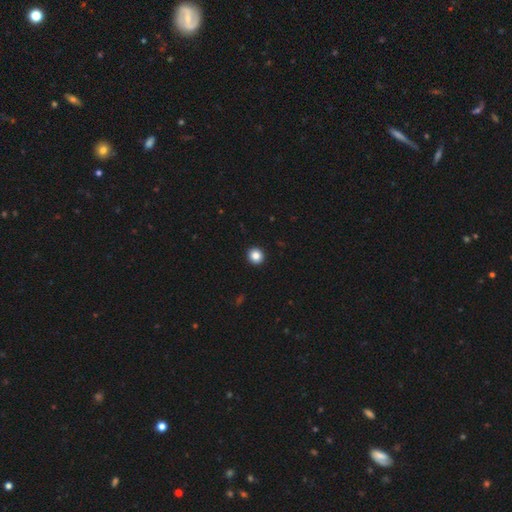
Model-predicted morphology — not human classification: smooth_or_featured: smooth (p=0.85) [alt: star or artifact p=0.10]
how_rounded: round (p=0.92) [alt: in between p=0.07]
merging: none (p=0.94) [alt: minor disturbance p=0.04]